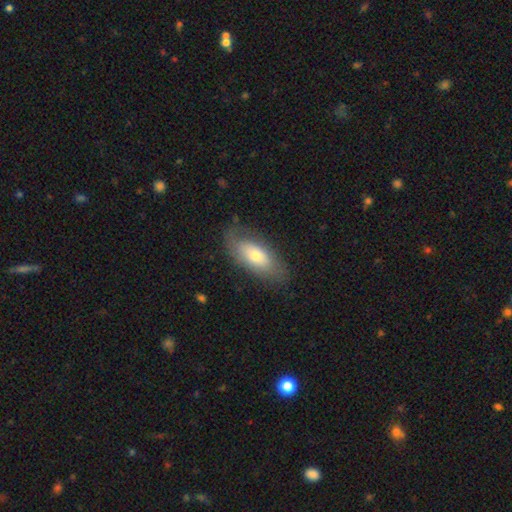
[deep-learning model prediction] The model was most divided on "smooth or featured": smooth: 60%, featured or disk: 33%, star or artifact: 6%. More confident: how rounded — in between (86%); merging — none (75%).